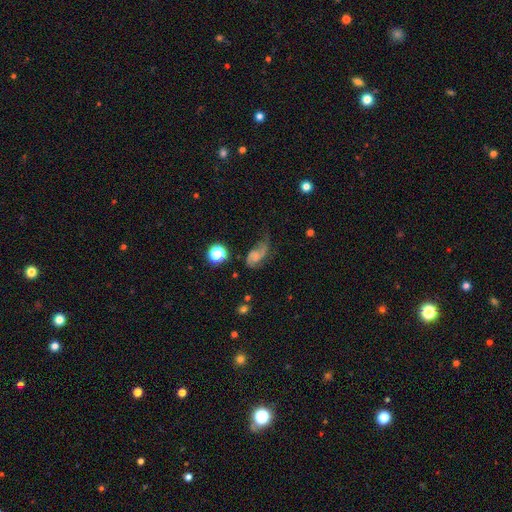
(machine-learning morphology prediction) A featured or disk galaxy (64%) with no bar (63%), 2 (76%) loose (48%) spiral arms (89%) and a small central bulge (45%).

Vote fractions:
- Smooth or featured? featured or disk: 64% / smooth: 24% / star or artifact: 12%
- Edge-on disk? no: 97% / yes: 3%
- Bar? no: 63% / weak: 30% / strong: 6%
- Spiral arms? yes: 89% / no: 11%
- Spiral winding? loose: 48% / medium: 38% / tight: 14%
- Spiral arm count? 2: 76% / 1: 13% / can't tell: 7% / 3: 2% / 4: 1% / more than 4: 1%
- Bulge size? small: 45% / none: 35% / moderate: 16% / large: 3% / dominant: 2%
- Merging? none: 40% / major disturbance: 29% / minor disturbance: 27% / merger: 4%